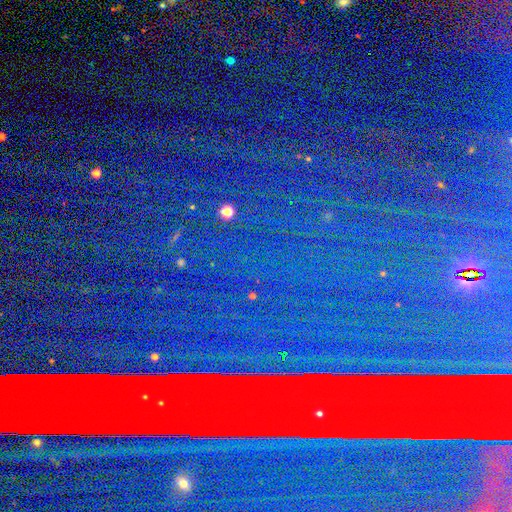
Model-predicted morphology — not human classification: smooth_or_featured: star or artifact (p=0.82) [alt: smooth p=0.09]